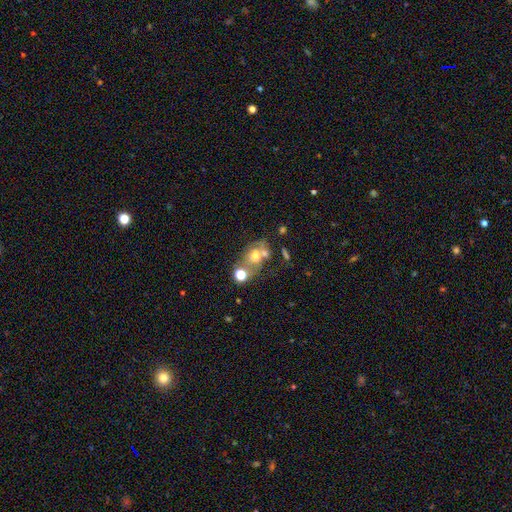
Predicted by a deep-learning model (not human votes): Smooth or featured: smooth — 46% (featured or disk — 38%)
Merging: merger — 37% (none — 35%)